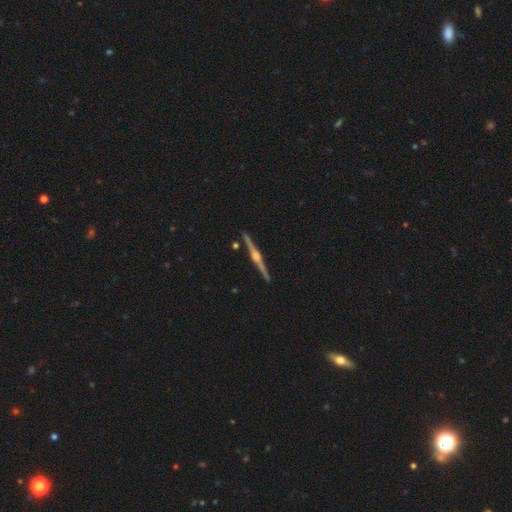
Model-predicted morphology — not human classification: smooth-or-featured: featured or disk: 88% | smooth: 7% | star or artifact: 5%
  disk-edge-on: yes: 99% | no: 1%
    edge-on-bulge: rounded: 89% | boxy: 6% | none: 5%
  merging: none: 92% | minor disturbance: 5% | merger: 1% | major disturbance: 1%